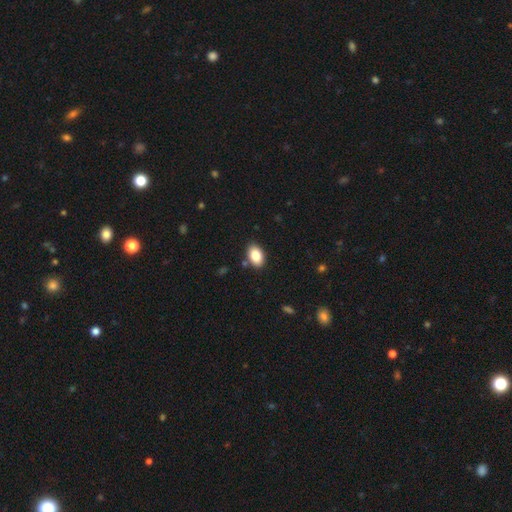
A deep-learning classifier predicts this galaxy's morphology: The model was most divided on "merging": none: 86%, minor disturbance: 10%, merger: 2%, major disturbance: 2%. More confident: how rounded — in between (89%); smooth or featured — smooth (86%).